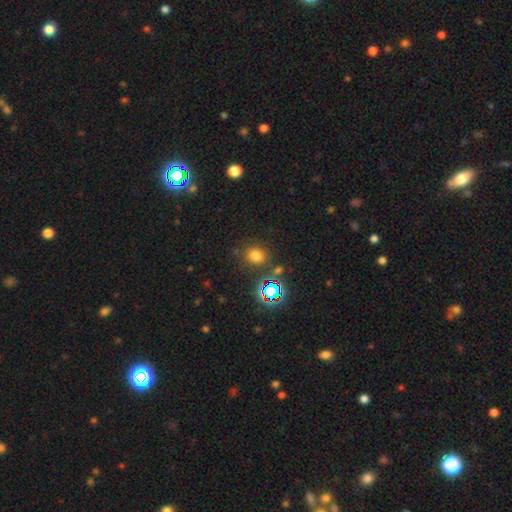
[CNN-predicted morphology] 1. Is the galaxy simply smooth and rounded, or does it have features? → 68% smooth, 26% star or artifact, 6% featured or disk.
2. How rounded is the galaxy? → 73% round, 26% in between, 1% cigar-shaped.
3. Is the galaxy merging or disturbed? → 80% none, 10% minor disturbance, 6% merger, 4% major disturbance.